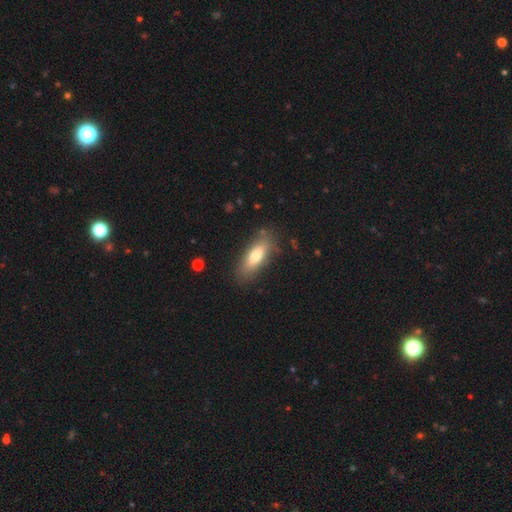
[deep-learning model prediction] Overall: smooth (75%). How rounded: in between (65%; cigar-shaped 32%). Merging: none (80%).